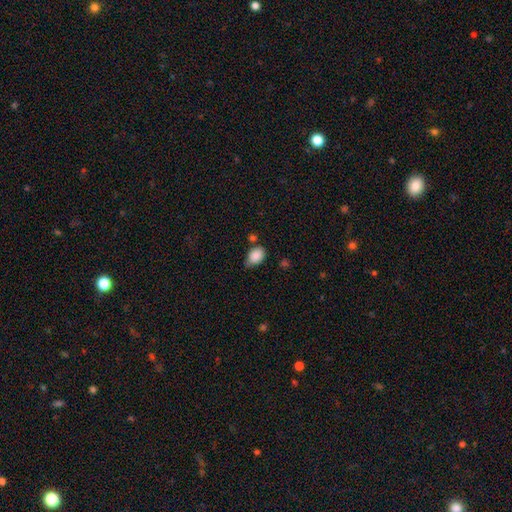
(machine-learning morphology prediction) This appears to be a smooth galaxy with no disk features (88%) that is in between round and cigar-shaped (82%). Merging: none (55%).